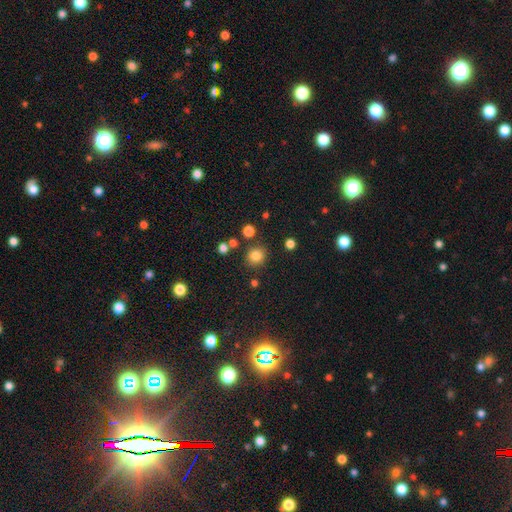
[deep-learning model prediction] smooth 81%, star or artifact 14%, featured or disk 5%. Down the decision tree: how rounded — round (88%); merging — none (83%).